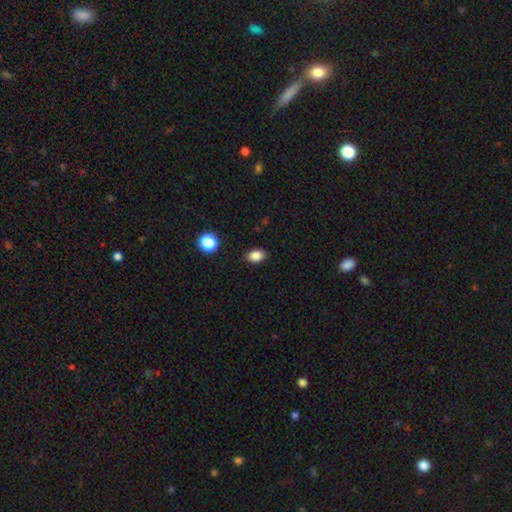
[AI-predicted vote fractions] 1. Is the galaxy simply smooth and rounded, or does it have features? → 85% smooth, 10% star or artifact, 5% featured or disk.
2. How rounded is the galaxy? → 77% in between, 21% round, 1% cigar-shaped.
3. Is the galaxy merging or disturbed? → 84% none, 12% minor disturbance, 3% major disturbance, 1% merger.